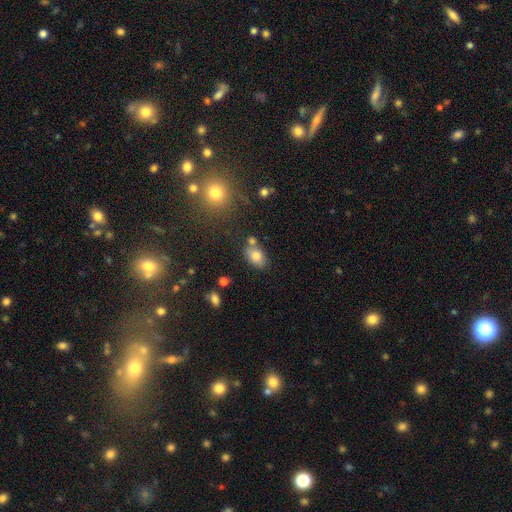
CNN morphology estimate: Q: Smooth or featured?
A: smooth (78%); runner-up: featured or disk (13%)
Q: How rounded?
A: in between (86%); runner-up: round (13%)
Q: Merging?
A: none (65%); runner-up: merger (16%)